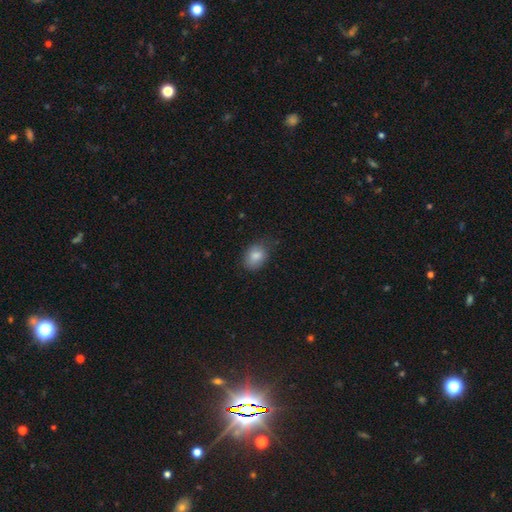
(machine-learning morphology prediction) A smooth galaxy with no disk features (83%) that is in between round and cigar-shaped (70%).

Vote fractions:
- Smooth or featured? smooth: 83% / featured or disk: 8% / star or artifact: 8%
- How rounded? in between: 70% / round: 29% / cigar-shaped: 1%
- Merging? none: 71% / minor disturbance: 23% / major disturbance: 5% / merger: 1%